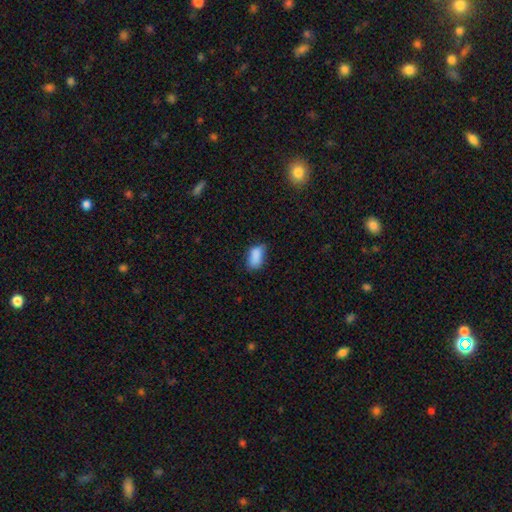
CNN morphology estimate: Overall: smooth (84%). How rounded: in between (90%). Merging: none (52%; minor disturbance 35%).